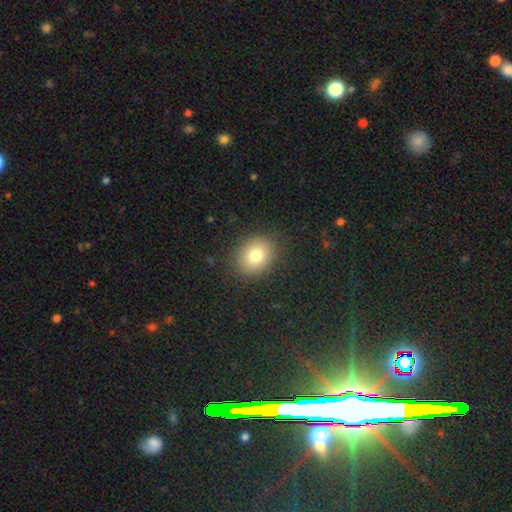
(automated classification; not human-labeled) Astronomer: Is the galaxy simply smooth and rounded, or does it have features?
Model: smooth — 78%.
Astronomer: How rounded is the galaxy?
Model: round — 55% (runner-up: in between, 44%).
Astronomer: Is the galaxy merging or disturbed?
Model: none — 87%.